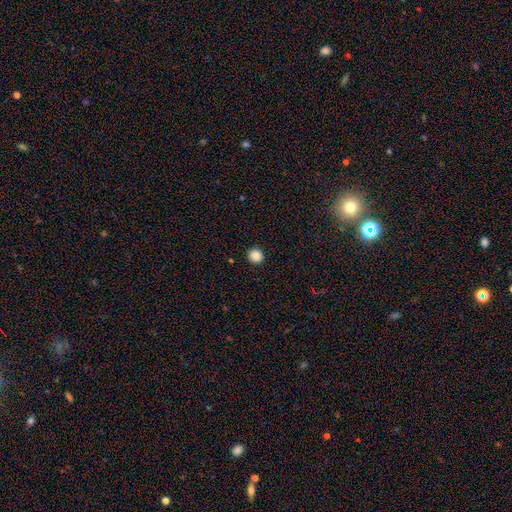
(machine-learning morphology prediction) smooth 87%, star or artifact 10%, featured or disk 2%. Down the decision tree: how rounded — round (90%); merging — none (92%).